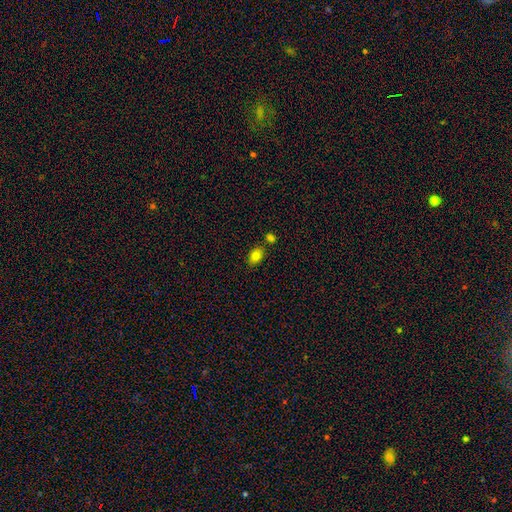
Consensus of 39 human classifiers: Smooth or featured: smooth — 85% (featured or disk — 10%)
How rounded: in between — 85% (round — 15%)
Merging: none — 76% (merger — 24%)